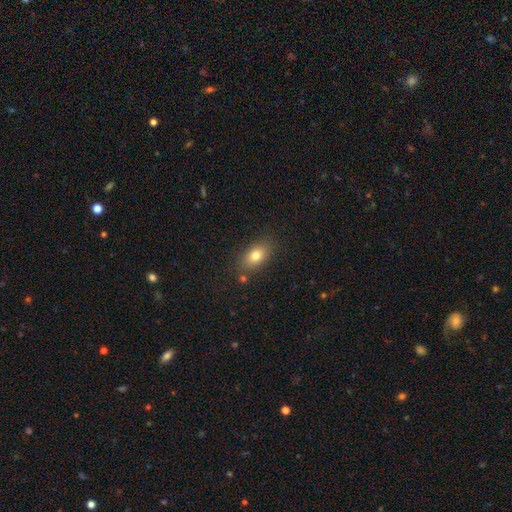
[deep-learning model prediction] smooth-or-featured: smooth: 78% | featured or disk: 12% | star or artifact: 10%
  how-rounded: in between: 84% | round: 12% | cigar-shaped: 4%
  merging: none: 81% | minor disturbance: 12% | merger: 4% | major disturbance: 3%